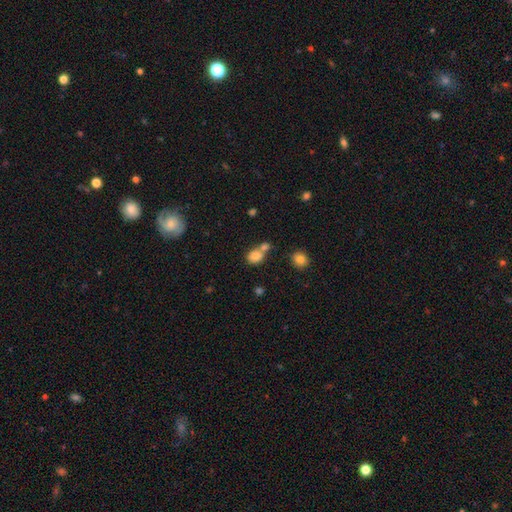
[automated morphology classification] A smooth galaxy with no disk features (82%) that is round (57%).

Vote fractions:
- Smooth or featured? smooth: 82% / star or artifact: 11% / featured or disk: 7%
- How rounded? round: 57% / in between: 42% / cigar-shaped: 1%
- Merging? merger: 43% / none: 42% / minor disturbance: 10% / major disturbance: 5%